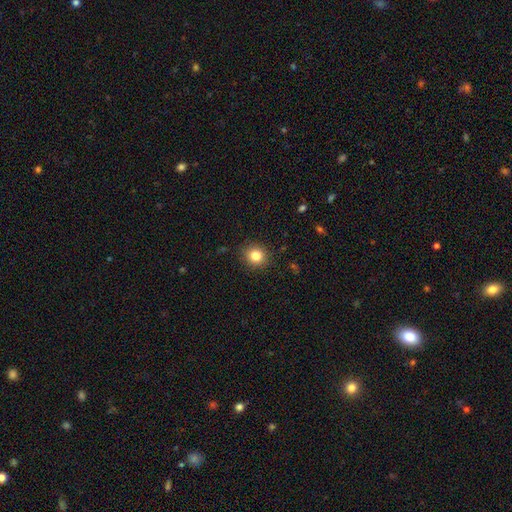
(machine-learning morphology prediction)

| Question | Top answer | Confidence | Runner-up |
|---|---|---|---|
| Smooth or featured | smooth | 83% | star or artifact (11%) |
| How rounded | round | 87% | in between (12%) |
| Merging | none | 89% | minor disturbance (8%) |